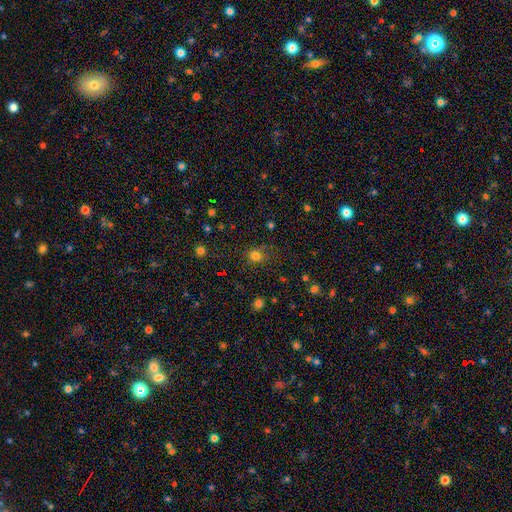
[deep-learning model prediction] Smooth or featured? Predicted: smooth (p=0.77). How rounded? Predicted: round (p=0.78). Merging? Predicted: none (p=0.74).